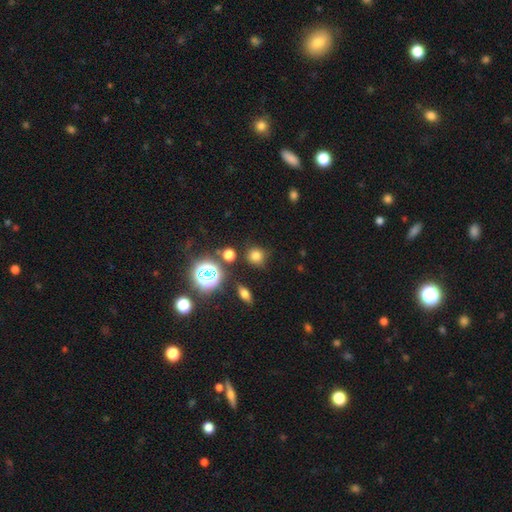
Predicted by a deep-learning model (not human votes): Smooth or featured? Predicted: smooth (p=0.74). How rounded? Predicted: round (p=0.89). Merging? Predicted: none (p=0.82).